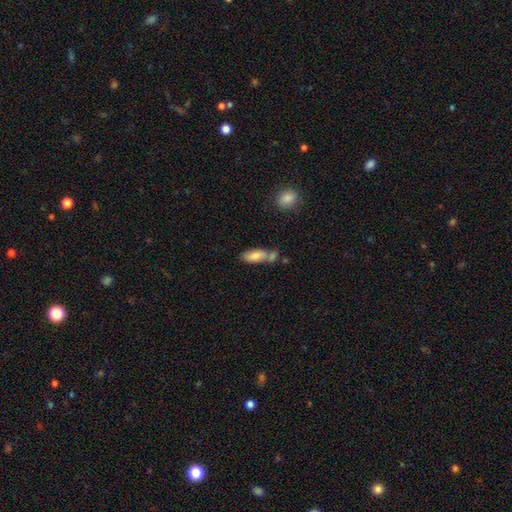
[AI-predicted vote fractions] smooth 77%, featured or disk 16%, star or artifact 7%. Down the decision tree: how rounded — in between (74%); merging — none (41%).